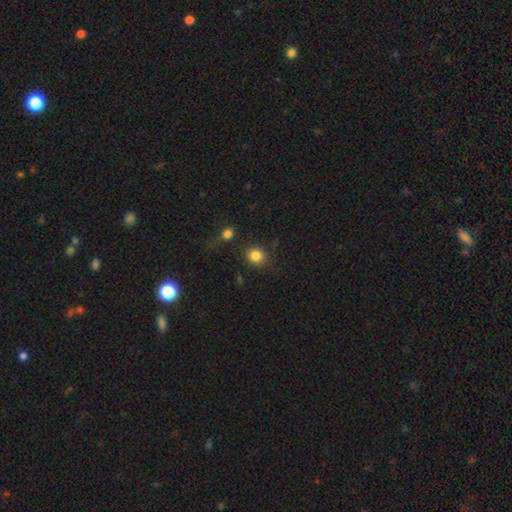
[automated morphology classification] This appears to be a smooth galaxy with no disk features (84%) that is round (85%). Merging: none (78%).